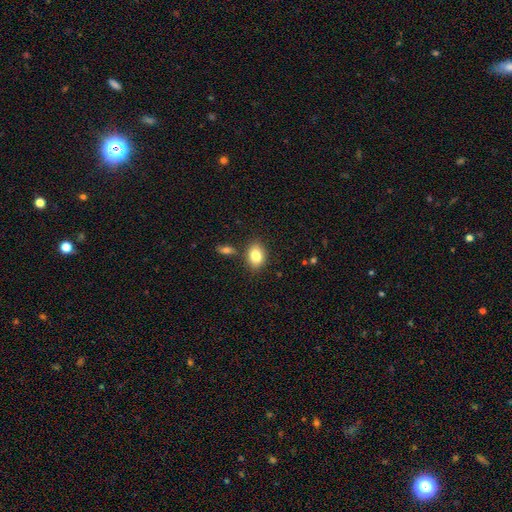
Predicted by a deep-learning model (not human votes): Morphology: type=smooth (83%); roundness=in between (76%); merging=none (78%).